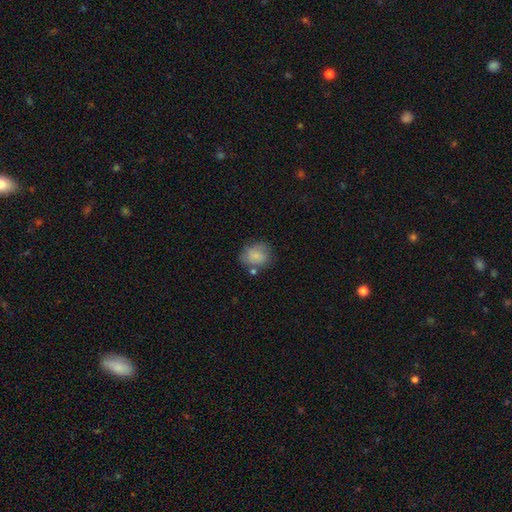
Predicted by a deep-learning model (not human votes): Smooth or featured: smooth — 72% (featured or disk — 20%)
How rounded: round — 64% (in between — 35%)
Merging: none — 63% (minor disturbance — 21%)